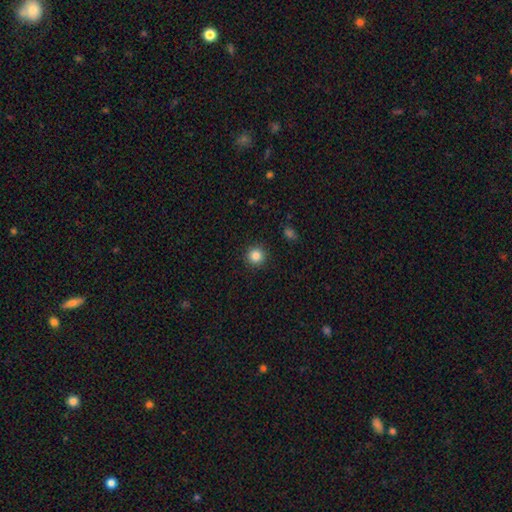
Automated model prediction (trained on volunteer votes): Smooth or featured?
  - smooth: 85% *
  - star or artifact: 11%
  - featured or disk: 4%
How rounded?
  - round: 95% *
  - in between: 4%
  - cigar-shaped: 1%
Merging?
  - none: 92% *
  - minor disturbance: 5%
  - major disturbance: 2%
  - merger: 1%